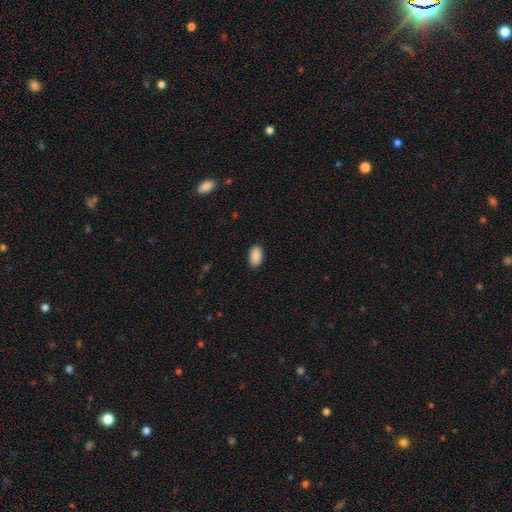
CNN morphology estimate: Q: Smooth or featured?
A: smooth (91%); runner-up: star or artifact (7%)
Q: How rounded?
A: in between (94%); runner-up: round (3%)
Q: Merging?
A: none (88%); runner-up: minor disturbance (9%)